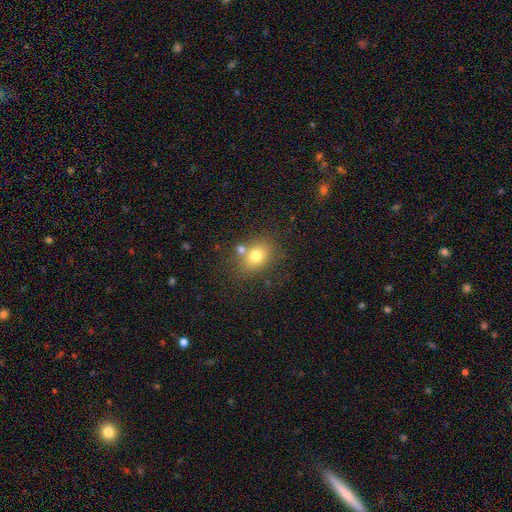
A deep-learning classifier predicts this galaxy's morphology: Smooth or featured? Predicted: smooth (p=0.74). How rounded? Predicted: in between (p=0.56). Merging? Predicted: none (p=0.65).